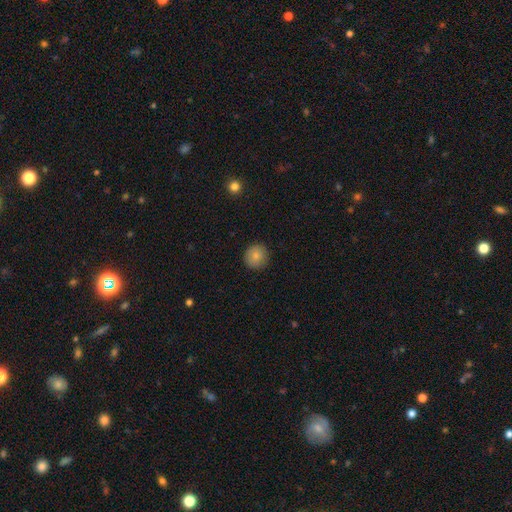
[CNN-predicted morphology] smooth-or-featured: smooth: 84% | star or artifact: 9% | featured or disk: 7%
  how-rounded: round: 90% | in between: 9% | cigar-shaped: 1%
  merging: none: 89% | minor disturbance: 8% | major disturbance: 2% | merger: 1%